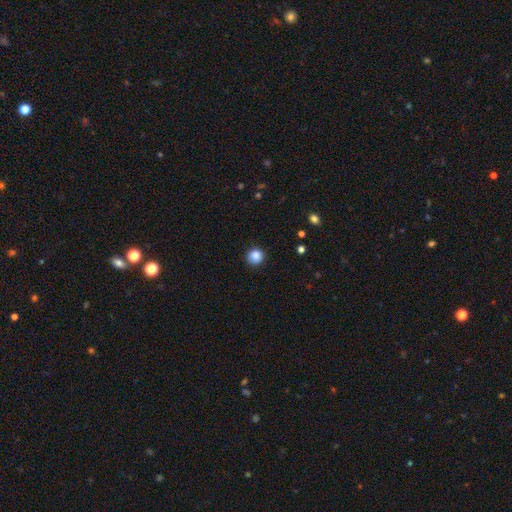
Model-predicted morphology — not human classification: Overall: smooth (87%). How rounded: round (93%). Merging: none (89%).